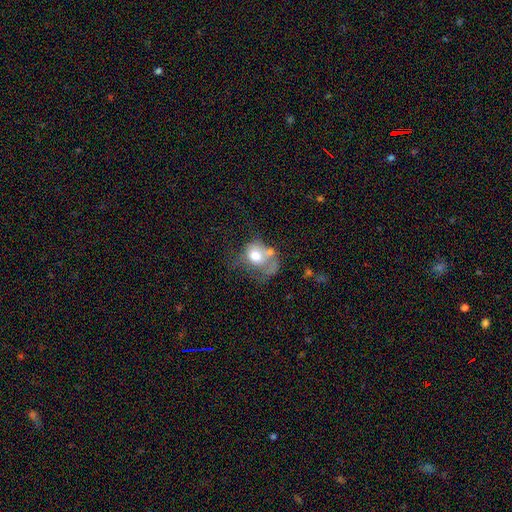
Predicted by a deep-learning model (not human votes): Overall: smooth (60%; featured or disk 30%). How rounded: in between (51%; round 47%). Merging: major disturbance (38%; merger 26%).